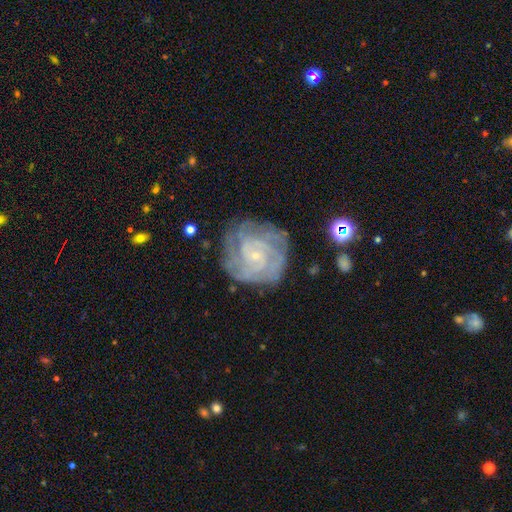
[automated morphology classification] Overall: featured or disk (83%). Edge-on disk: no (98%). Bar: no (72%). Spiral arms: yes (94%). Spiral arm count: can't tell (34%; 3 20%). Spiral winding: tight (72%). Bulge size: small (85%). Merging: none (73%).